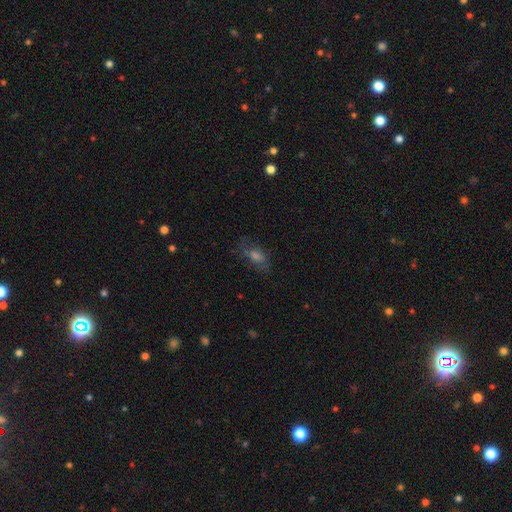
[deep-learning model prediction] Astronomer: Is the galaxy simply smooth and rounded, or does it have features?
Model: smooth — 43% (runner-up: featured or disk, 34%).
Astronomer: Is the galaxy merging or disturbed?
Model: none — 62%.